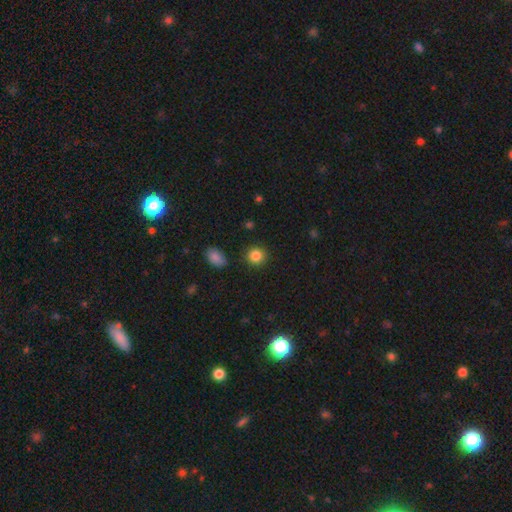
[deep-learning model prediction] This is clearly a smooth galaxy (85%). How rounded: clearly round (89%). Merging: clearly none (89%).